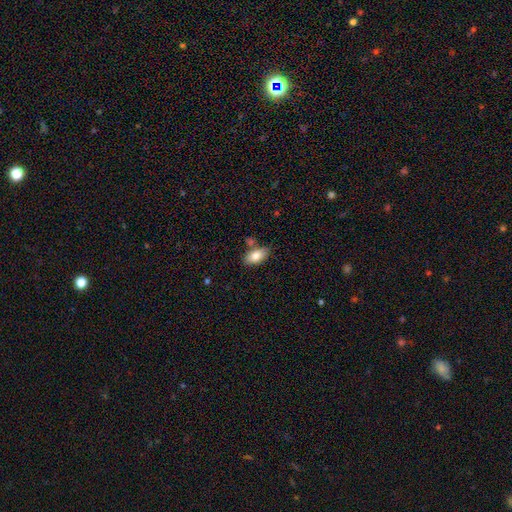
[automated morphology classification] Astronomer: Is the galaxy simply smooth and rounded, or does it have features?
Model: smooth — 82%.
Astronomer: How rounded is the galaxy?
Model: in between — 93%.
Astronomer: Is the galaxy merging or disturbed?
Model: none — 74%.